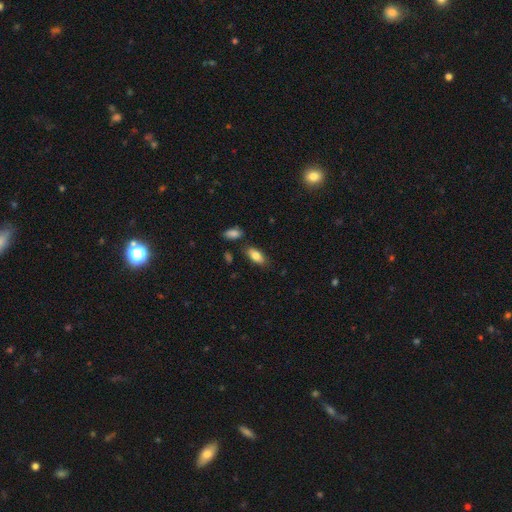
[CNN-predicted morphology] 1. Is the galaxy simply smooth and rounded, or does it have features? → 81% smooth, 12% featured or disk, 7% star or artifact.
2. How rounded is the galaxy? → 88% in between, 9% cigar-shaped, 3% round.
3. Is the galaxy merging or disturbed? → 79% none, 13% minor disturbance, 5% merger, 3% major disturbance.